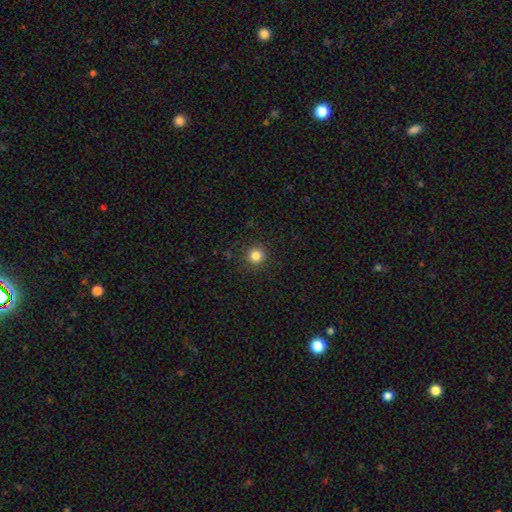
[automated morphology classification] Smooth or featured? Predicted: smooth (p=0.83). How rounded? Predicted: round (p=0.95). Merging? Predicted: none (p=0.91).